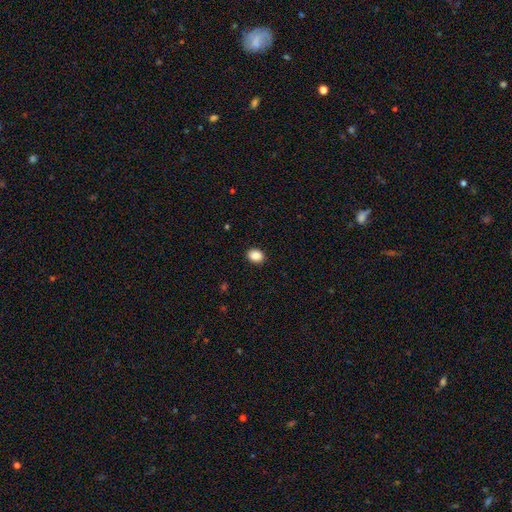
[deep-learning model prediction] This is clearly a smooth galaxy (88%). How rounded: possibly in between (57%). Merging: clearly none (91%).